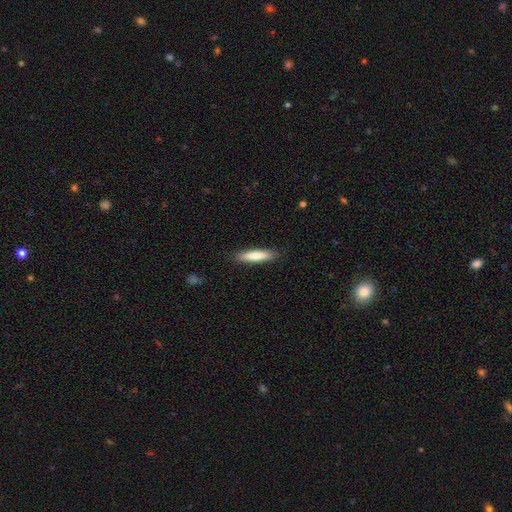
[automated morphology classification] This appears to be a smooth galaxy with no disk features (78%) that is cigar-shaped (85%). Merging: none (89%).